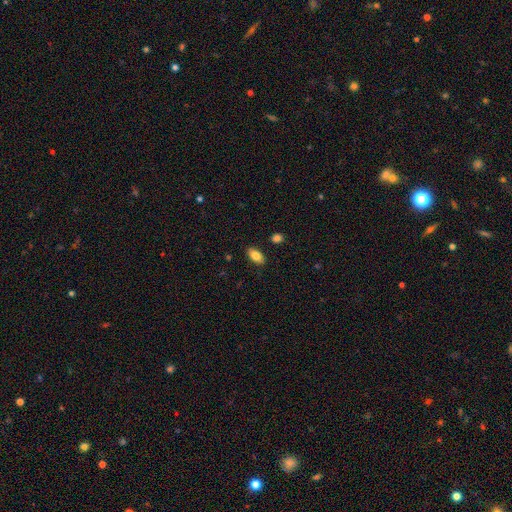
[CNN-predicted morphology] Smooth or featured?
  - smooth: 84% *
  - featured or disk: 9%
  - star or artifact: 8%
How rounded?
  - in between: 93% *
  - round: 4%
  - cigar-shaped: 3%
Merging?
  - none: 87% *
  - minor disturbance: 9%
  - major disturbance: 2%
  - merger: 2%